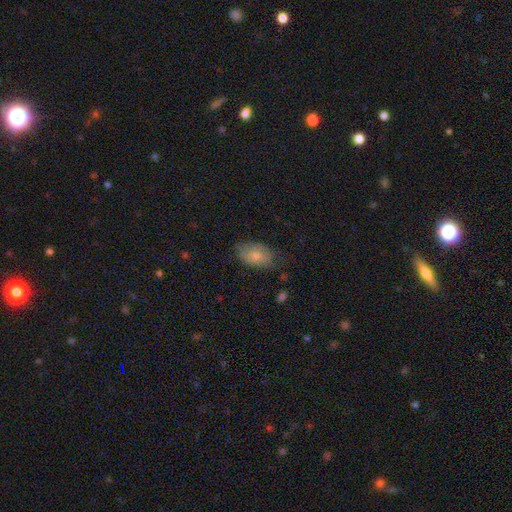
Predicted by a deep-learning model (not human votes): This is likely a smooth galaxy (75%). How rounded: clearly in between (91%). Merging: likely none (63%).